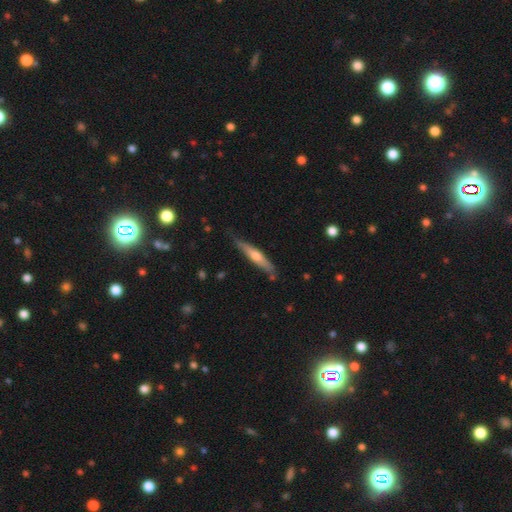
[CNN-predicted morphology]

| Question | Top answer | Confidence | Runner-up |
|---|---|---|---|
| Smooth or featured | featured or disk | 53% | smooth (41%) |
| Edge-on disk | yes | 94% | no (6%) |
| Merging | none | 79% | minor disturbance (16%) |